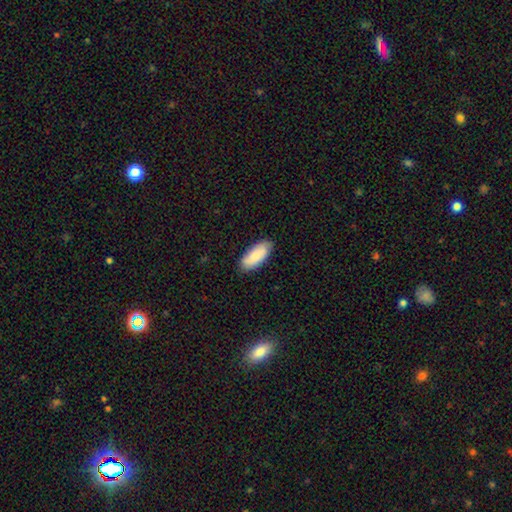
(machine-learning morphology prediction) A smooth galaxy with no disk features (83%) that is in between round and cigar-shaped (83%).

Vote fractions:
- Smooth or featured? smooth: 83% / featured or disk: 11% / star or artifact: 6%
- How rounded? in between: 83% / cigar-shaped: 16% / round: 2%
- Merging? none: 84% / minor disturbance: 13% / major disturbance: 2% / merger: 1%